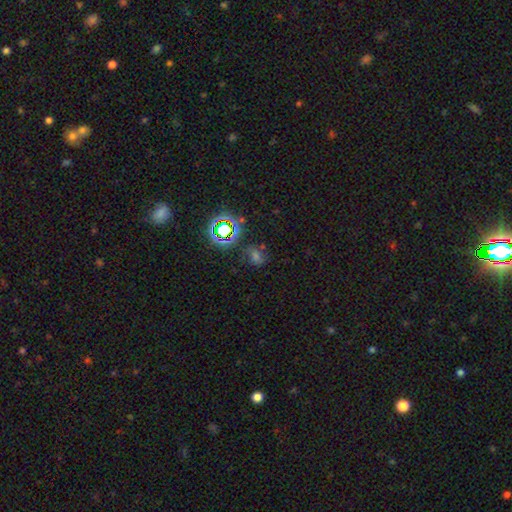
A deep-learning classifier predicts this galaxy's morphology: A star or artifact, not a galaxy (53%).

Vote fractions:
- Smooth or featured? star or artifact: 53% / smooth: 34% / featured or disk: 13%